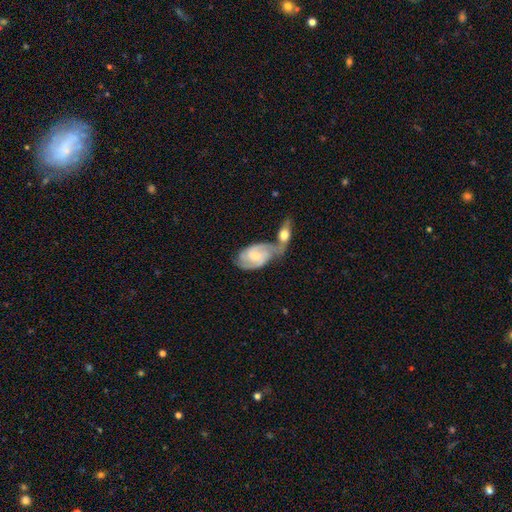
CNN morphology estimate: Smooth or featured?
  - featured or disk: 70% *
  - smooth: 25%
  - star or artifact: 5%
Edge-on disk?
  - no: 95% *
  - yes: 5%
Bar?
  - no: 45% *
  - weak: 44%
  - strong: 11%
Spiral arms?
  - yes: 92% *
  - no: 8%
Spiral winding?
  - medium: 45% *
  - tight: 39%
  - loose: 16%
Spiral arm count?
  - 2: 73% *
  - can't tell: 14%
  - 3: 6%
  - 1: 3%
  - 4: 2%
  - more than 4: 2%
Bulge size?
  - small: 51% *
  - moderate: 34%
  - none: 9%
  - large: 5%
  - dominant: 1%
Merging?
  - merger: 56% *
  - none: 25%
  - minor disturbance: 12%
  - major disturbance: 7%